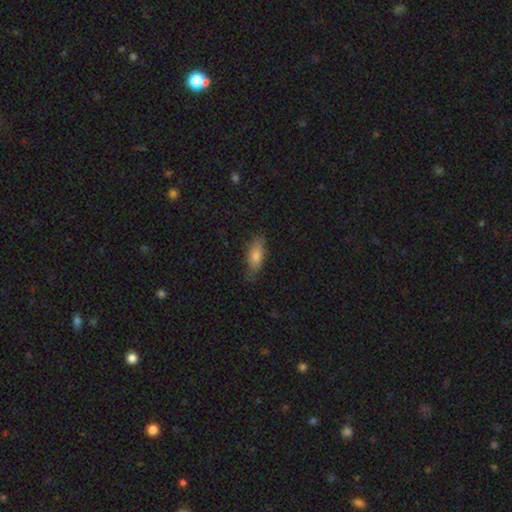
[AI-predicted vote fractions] A smooth galaxy with no disk features (75%) that is in between round and cigar-shaped (70%). Merging: none (76%).